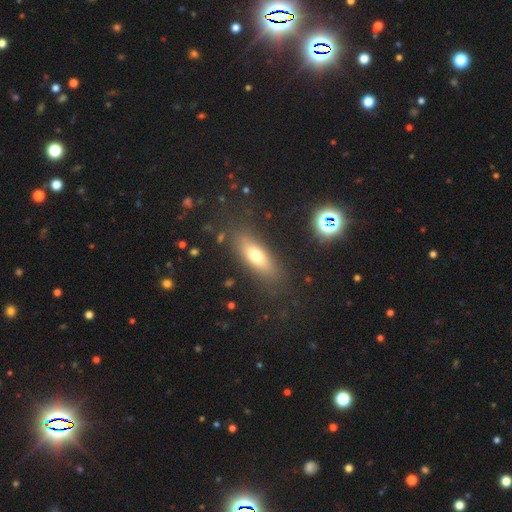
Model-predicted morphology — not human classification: smooth 66%, featured or disk 24%, star or artifact 10%. Down the decision tree: how rounded — in between (61%); merging — none (81%).